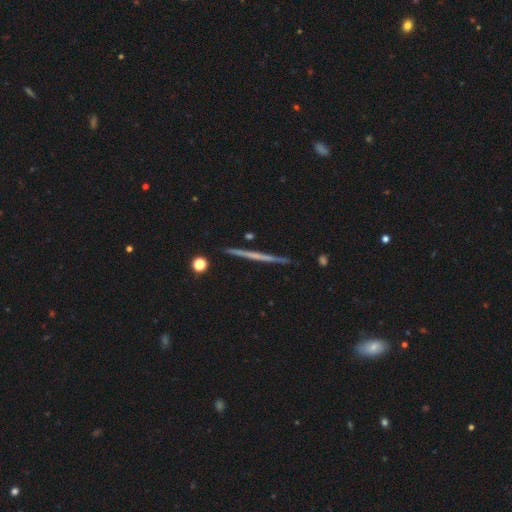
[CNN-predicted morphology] This is likely a featured or disk galaxy (65%). It is clearly viewed edge-on (98%). Edge-on bulge: clearly none (81%). Merging: clearly none (92%).